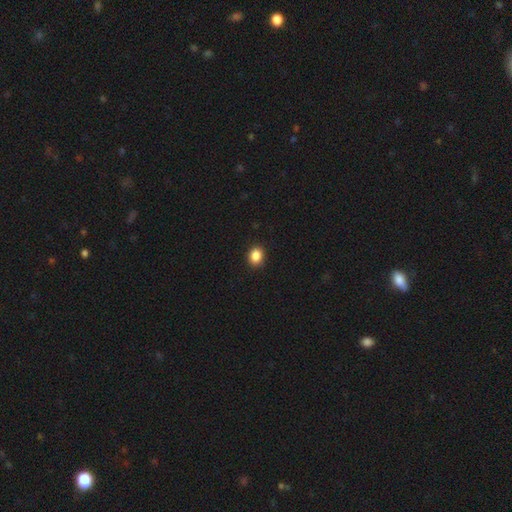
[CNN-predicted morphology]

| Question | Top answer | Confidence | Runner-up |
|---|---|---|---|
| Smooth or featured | smooth | 87% | star or artifact (10%) |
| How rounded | round | 54% | in between (45%) |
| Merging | none | 90% | minor disturbance (7%) |